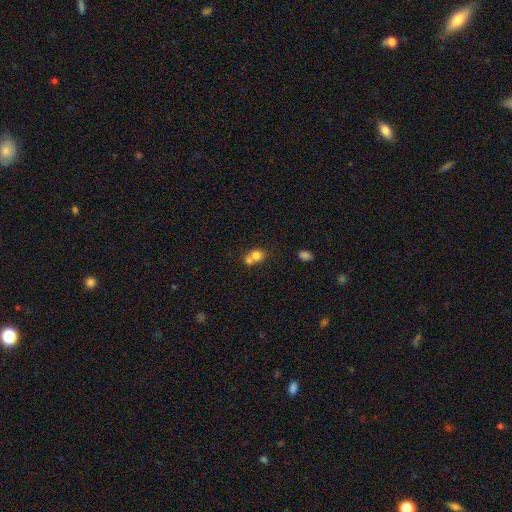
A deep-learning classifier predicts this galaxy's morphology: The model was most divided on "how rounded": round: 61%, in between: 38%, cigar-shaped: 1%. More confident: smooth or featured — smooth (75%); merging — merger (60%).